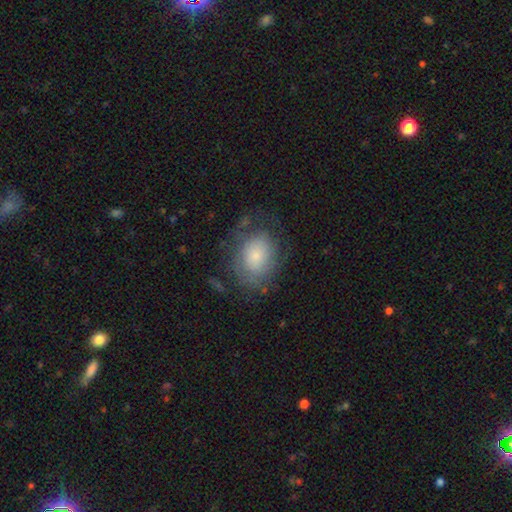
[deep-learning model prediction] A smooth galaxy with no disk features (66%) that is in between round and cigar-shaped (59%).

Vote fractions:
- Smooth or featured? smooth: 66% / featured or disk: 26% / star or artifact: 8%
- How rounded? in between: 59% / round: 40% / cigar-shaped: 1%
- Merging? none: 58% / minor disturbance: 24% / major disturbance: 17% / merger: 2%